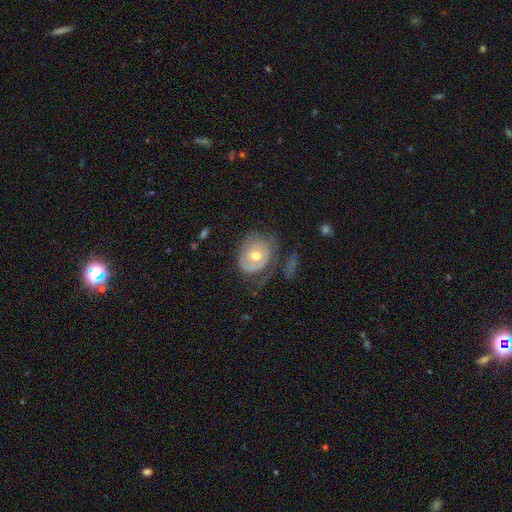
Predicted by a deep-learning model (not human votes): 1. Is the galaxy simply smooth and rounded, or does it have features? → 50% featured or disk, 43% smooth, 7% star or artifact.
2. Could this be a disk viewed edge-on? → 95% no, 5% yes.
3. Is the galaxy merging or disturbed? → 38% none, 31% major disturbance, 27% minor disturbance, 4% merger.